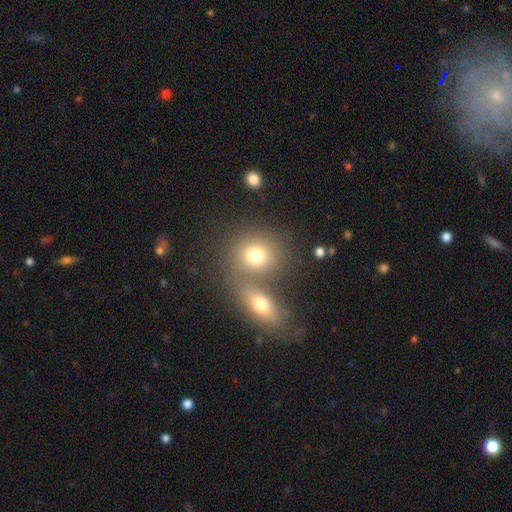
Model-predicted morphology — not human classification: This appears to be a smooth galaxy with no disk features (76%) that is round (78%). Merging: none (49%).